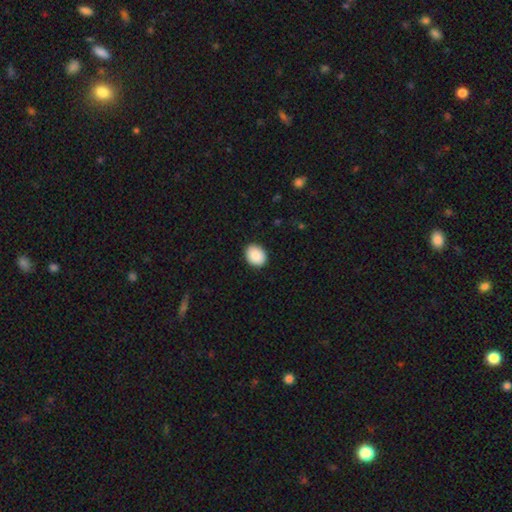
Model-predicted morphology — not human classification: Smooth or featured: smooth — 89% (star or artifact — 7%)
How rounded: in between — 54% (round — 45%)
Merging: none — 90% (minor disturbance — 7%)